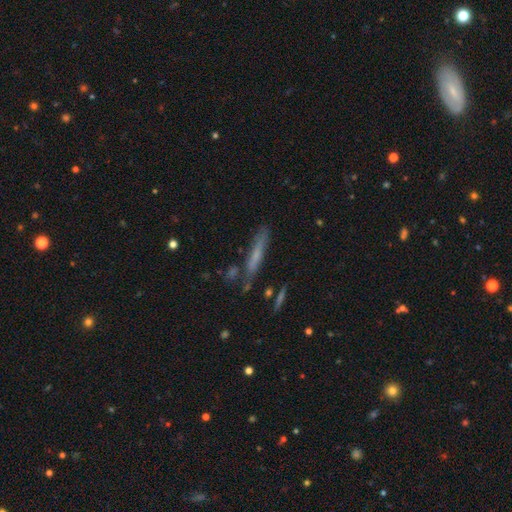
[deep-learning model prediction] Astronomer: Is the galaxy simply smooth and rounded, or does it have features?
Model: smooth — 51% (runner-up: featured or disk, 38%).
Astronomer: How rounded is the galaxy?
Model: cigar-shaped — 91%.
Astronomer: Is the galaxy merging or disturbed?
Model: none — 69%.